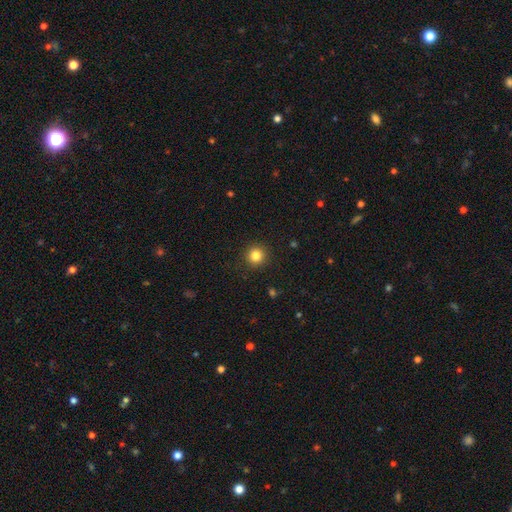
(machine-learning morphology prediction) Smooth or featured: smooth — 83% (star or artifact — 12%)
How rounded: round — 94% (in between — 5%)
Merging: none — 91% (minor disturbance — 6%)